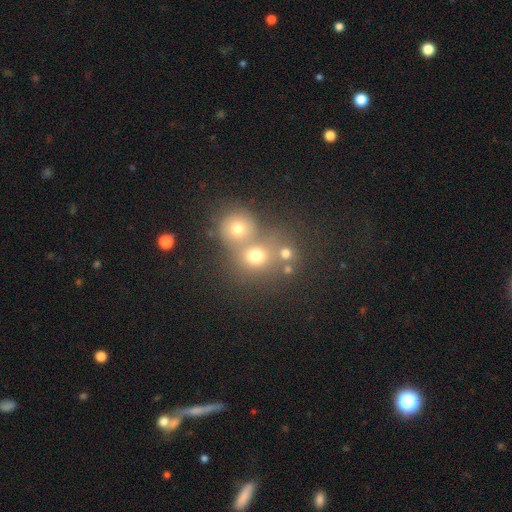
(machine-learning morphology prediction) smooth_or_featured: smooth (p=0.69) [alt: star or artifact p=0.18]
how_rounded: round (p=0.79) [alt: in between p=0.20]
merging: none (p=0.45) [alt: merger p=0.44]